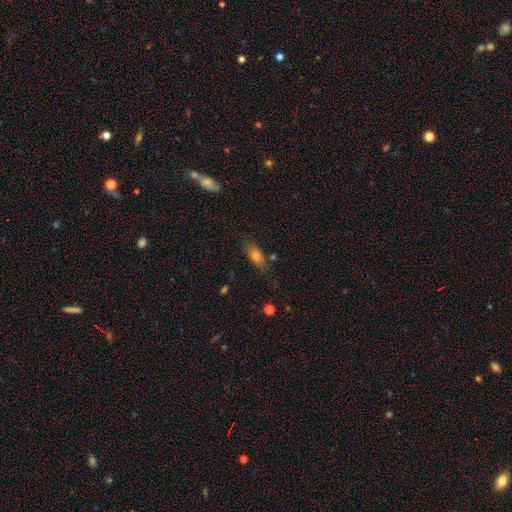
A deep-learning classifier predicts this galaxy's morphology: Smooth or featured?
  - smooth: 69% *
  - featured or disk: 21%
  - star or artifact: 10%
How rounded?
  - in between: 71% *
  - cigar-shaped: 24%
  - round: 5%
Merging?
  - none: 75% *
  - minor disturbance: 17%
  - merger: 4%
  - major disturbance: 4%